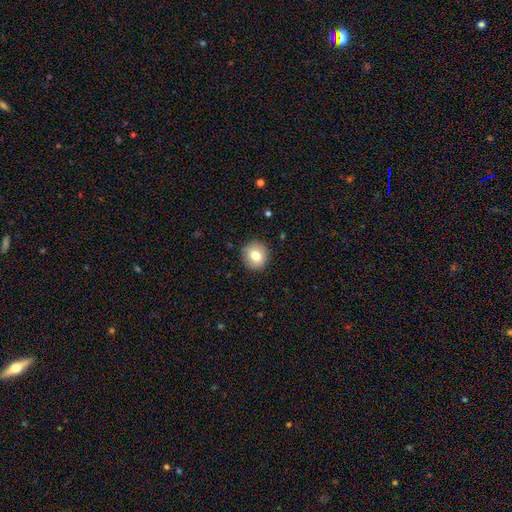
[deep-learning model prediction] Smooth or featured?
  - smooth: 79% *
  - featured or disk: 12%
  - star or artifact: 9%
How rounded?
  - round: 90% *
  - in between: 9%
  - cigar-shaped: 1%
Merging?
  - none: 89% *
  - minor disturbance: 7%
  - major disturbance: 2%
  - merger: 1%